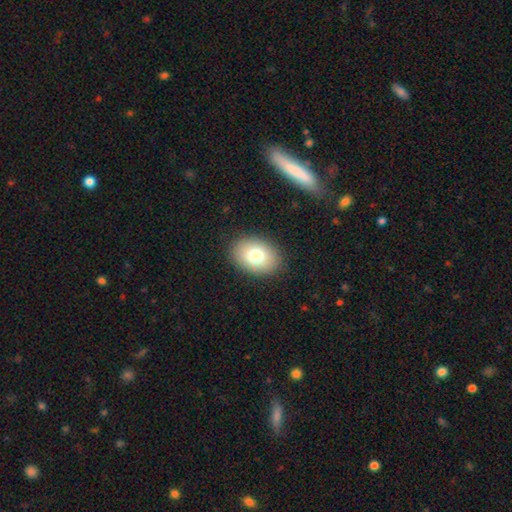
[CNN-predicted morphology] Smooth or featured? Predicted: smooth (p=0.77). How rounded? Predicted: in between (p=0.77). Merging? Predicted: none (p=0.88).